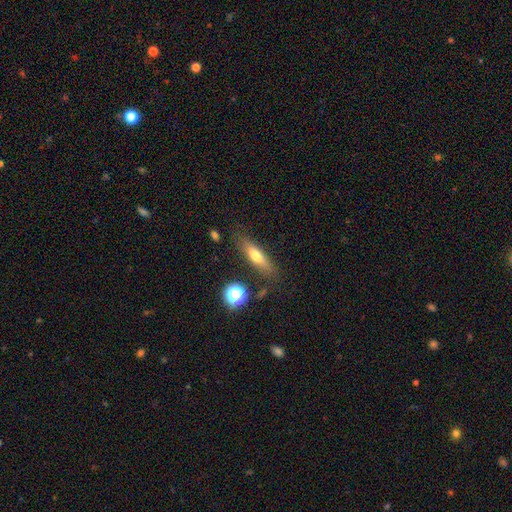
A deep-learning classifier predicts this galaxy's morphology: A smooth galaxy with no disk features (62%) that is cigar-shaped (66%). Merging: none (79%).